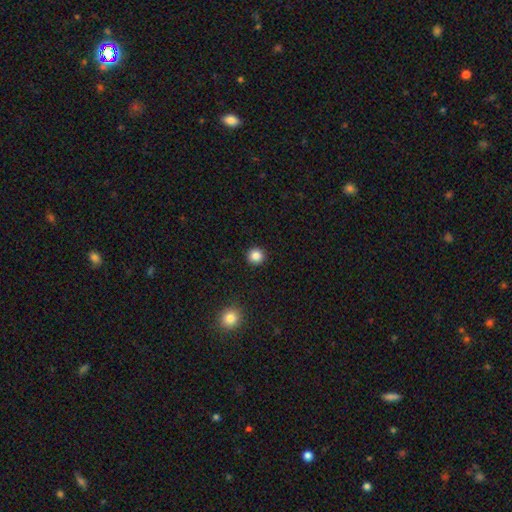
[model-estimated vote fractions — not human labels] The model was most divided on "smooth or featured": smooth: 85%, star or artifact: 11%, featured or disk: 4%. More confident: how rounded — round (95%); merging — none (93%).